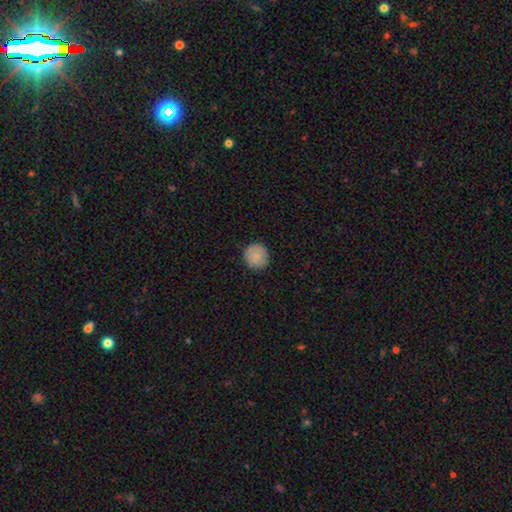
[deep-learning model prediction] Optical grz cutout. It shows a smooth galaxy with no disk features (85%) that is round (93%). Merging: none (87%).